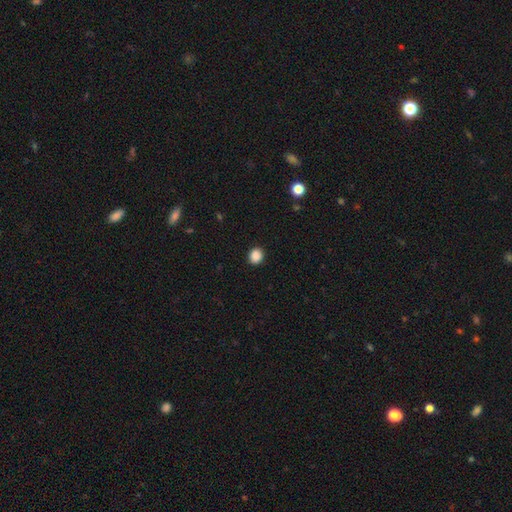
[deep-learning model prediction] This is clearly a smooth galaxy (88%). How rounded: likely round (69%). Merging: clearly none (90%).